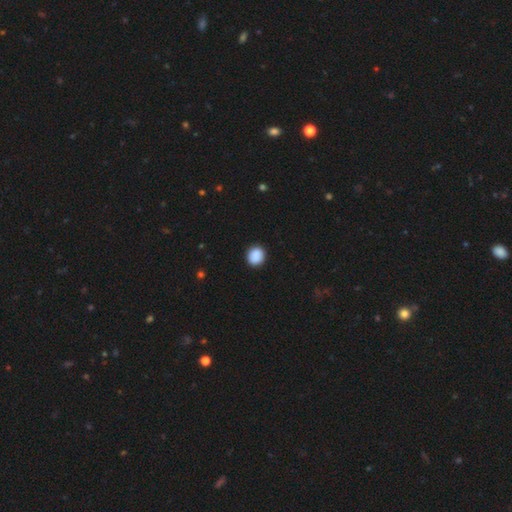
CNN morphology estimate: smooth 89%, star or artifact 8%, featured or disk 3%. Down the decision tree: how rounded — round (81%); merging — none (89%).